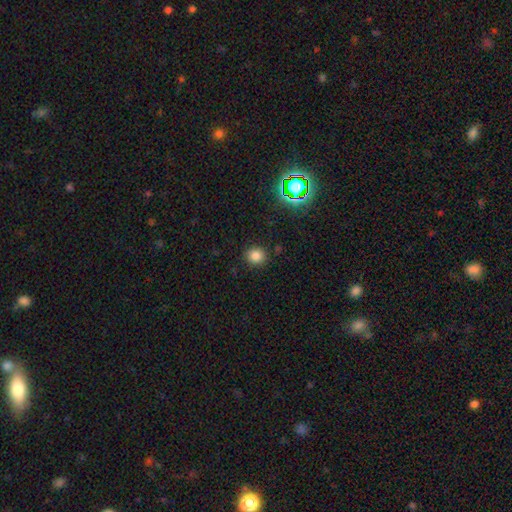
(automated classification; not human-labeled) Morphology: type=smooth (81%); roundness=round (84%); merging=none (88%).